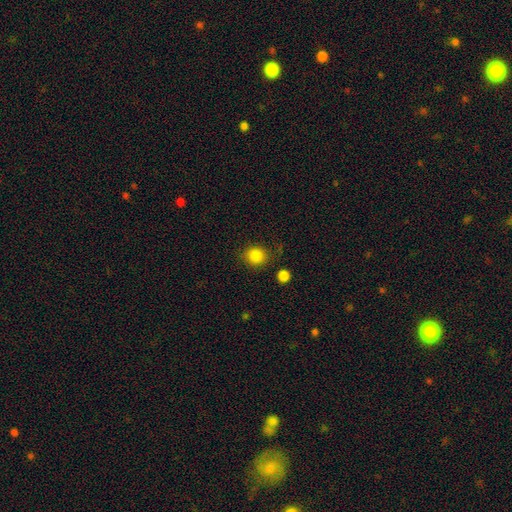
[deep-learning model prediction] The model was most divided on "merging": none: 81%, minor disturbance: 11%, major disturbance: 4%, merger: 4%. More confident: smooth or featured — smooth (85%); how rounded — round (84%).